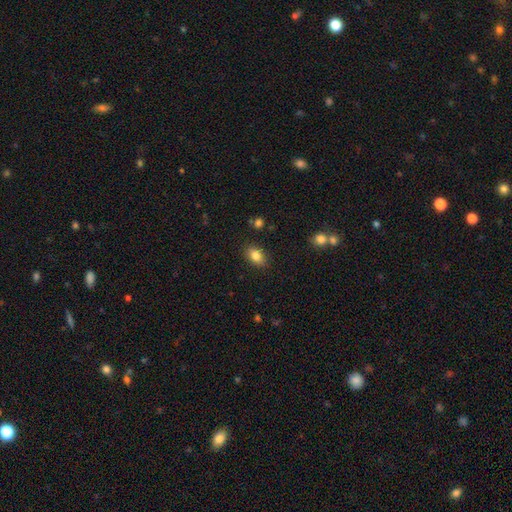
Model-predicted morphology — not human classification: Smooth or featured? Predicted: smooth (p=0.84). How rounded? Predicted: in between (p=0.85). Merging? Predicted: none (p=0.86).